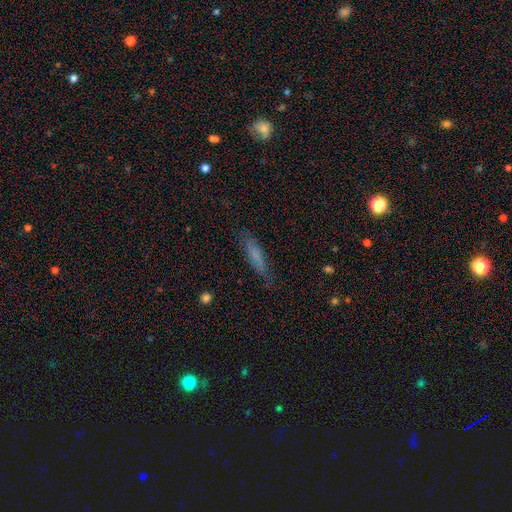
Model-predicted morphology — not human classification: Q: Smooth or featured?
A: smooth (66%); runner-up: featured or disk (24%)
Q: How rounded?
A: cigar-shaped (76%); runner-up: in between (22%)
Q: Merging?
A: none (77%); runner-up: minor disturbance (17%)